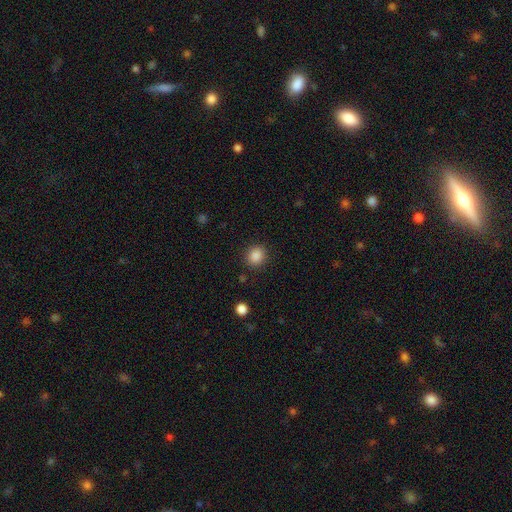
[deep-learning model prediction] This is clearly a smooth galaxy (87%). How rounded: clearly round (81%). Merging: clearly none (88%).